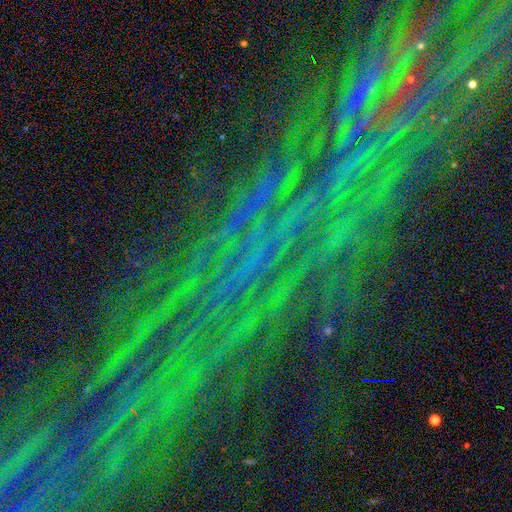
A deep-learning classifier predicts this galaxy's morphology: This is clearly a star or artifact rather than a galaxy (82%).